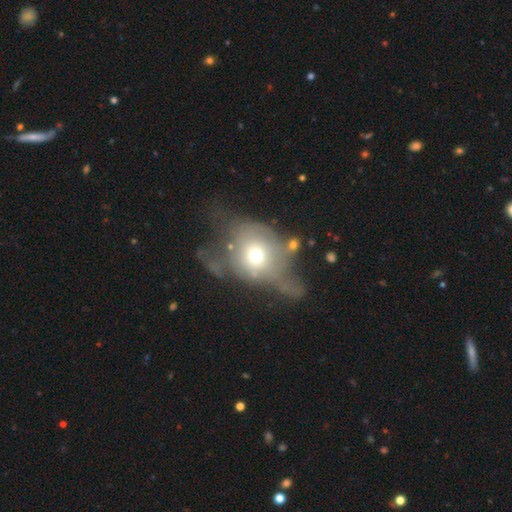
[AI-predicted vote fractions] This appears to be a smooth galaxy with no disk features (48%). Merging: major disturbance (53%).